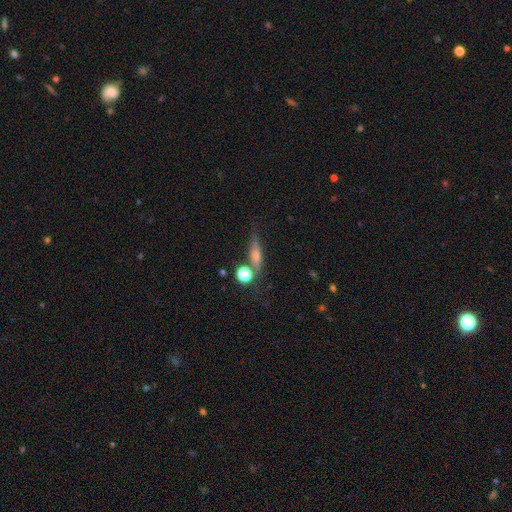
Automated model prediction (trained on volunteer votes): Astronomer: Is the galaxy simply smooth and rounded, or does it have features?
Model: smooth — 43% (runner-up: featured or disk, 42%).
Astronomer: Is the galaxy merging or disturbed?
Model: none — 65%.